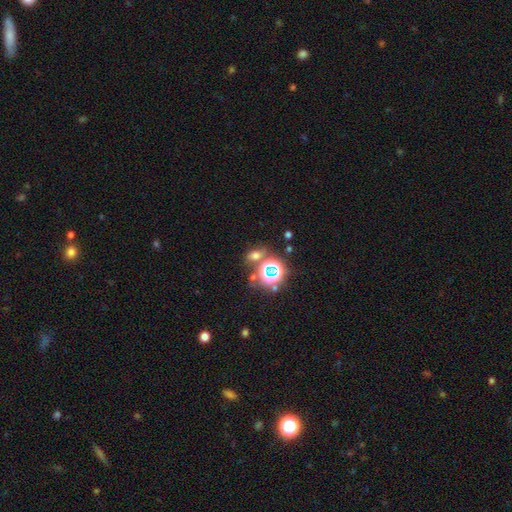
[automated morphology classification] smooth_or_featured: smooth (p=0.48) [alt: star or artifact p=0.40]
merging: none (p=0.67) [alt: merger p=0.15]